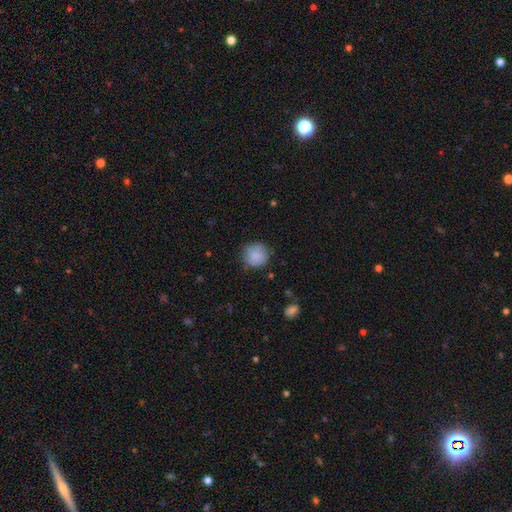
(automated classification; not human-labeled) Smooth or featured? smooth (84%)
How rounded? round (90%)
Merging? none (77%)